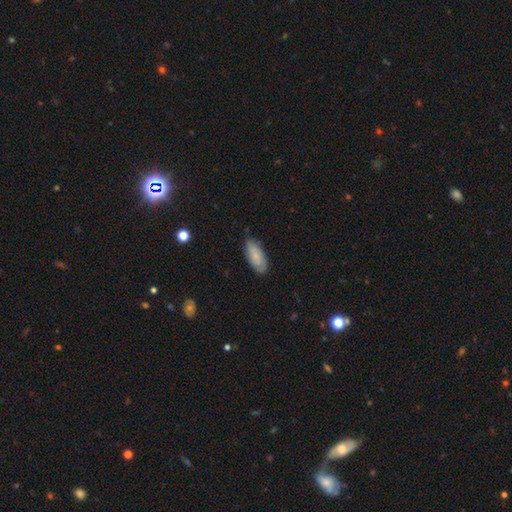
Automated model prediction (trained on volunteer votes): smooth 76%, featured or disk 18%, star or artifact 7%. Down the decision tree: how rounded — in between (85%); merging — none (81%).